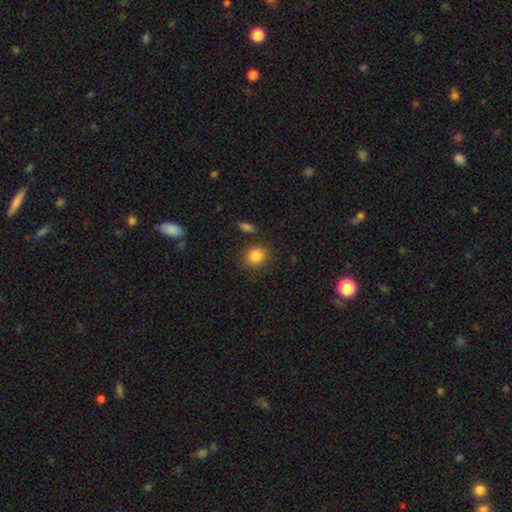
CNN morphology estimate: type=smooth (85%); roundness=round (74%); merging=none (82%).